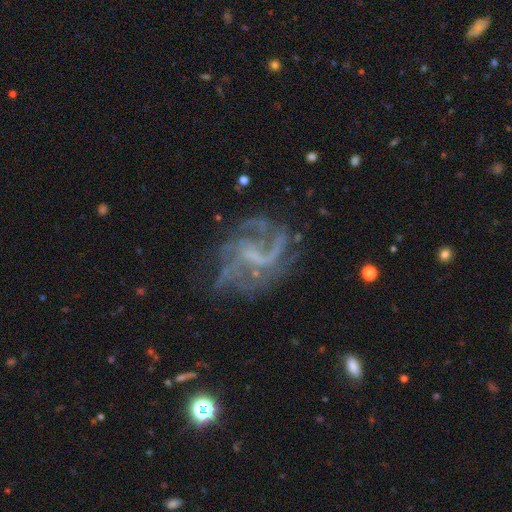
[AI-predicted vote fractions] Smooth or featured: featured or disk — 81% (star or artifact — 12%)
Edge-on disk: no — 98% (yes — 2%)
Bar: weak — 46% (no — 38%)
Spiral arms: yes — 86% (no — 14%)
Spiral winding: loose — 44% (medium — 39%)
Spiral arm count: 2 — 32% (can't tell — 26%)
Bulge size: none — 58% (small — 27%)
Merging: none — 53% (major disturbance — 26%)